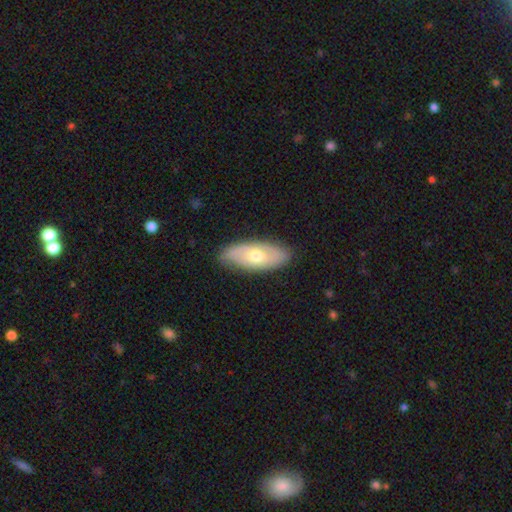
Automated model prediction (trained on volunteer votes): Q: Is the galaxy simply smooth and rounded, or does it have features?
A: smooth — 50%.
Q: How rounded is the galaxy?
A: in between — 85%.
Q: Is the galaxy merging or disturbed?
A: none — 82%.